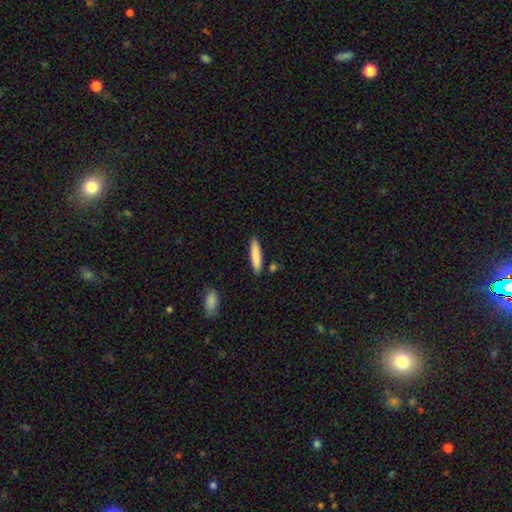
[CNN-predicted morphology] A smooth galaxy with no disk features (85%) that is cigar-shaped (80%). Merging: none (87%).